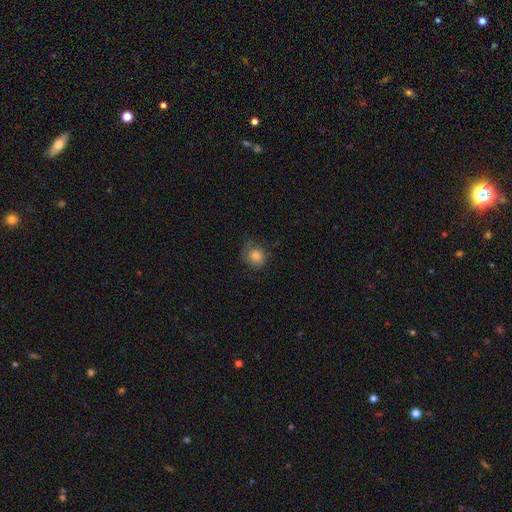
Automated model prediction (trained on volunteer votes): smooth-or-featured: smooth: 81% | star or artifact: 10% | featured or disk: 9%
  how-rounded: round: 79% | in between: 20% | cigar-shaped: 1%
  merging: none: 71% | minor disturbance: 22% | major disturbance: 6% | merger: 1%